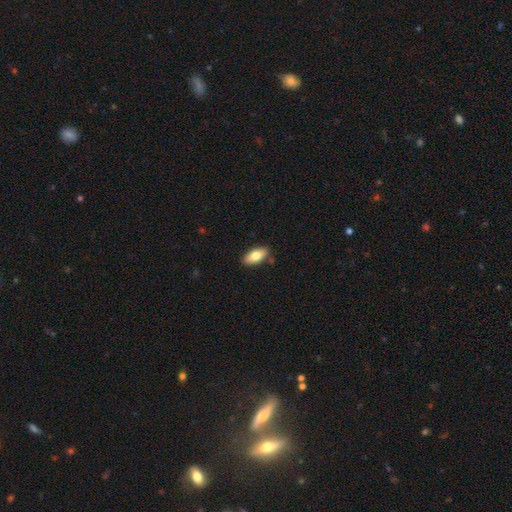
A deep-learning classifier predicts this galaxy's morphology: Smooth or featured? Predicted: smooth (p=0.76). How rounded? Predicted: in between (p=0.88). Merging? Predicted: none (p=0.85).